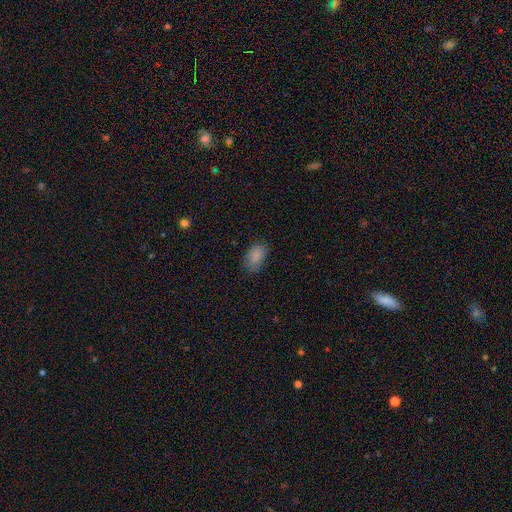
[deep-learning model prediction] A smooth galaxy with no disk features (85%) that is in between round and cigar-shaped (88%).

Vote fractions:
- Smooth or featured? smooth: 85% / star or artifact: 9% / featured or disk: 6%
- How rounded? in between: 88% / round: 10% / cigar-shaped: 1%
- Merging? none: 74% / minor disturbance: 20% / major disturbance: 5% / merger: 1%